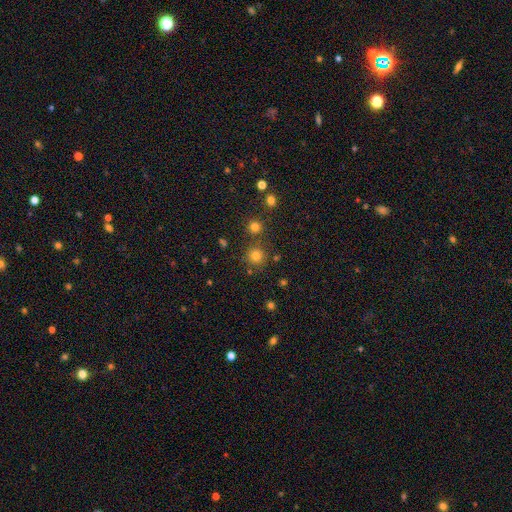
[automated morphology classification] The model was most divided on "smooth or featured": smooth: 78%, star or artifact: 16%, featured or disk: 6%. More confident: how rounded — round (93%); merging — none (80%).